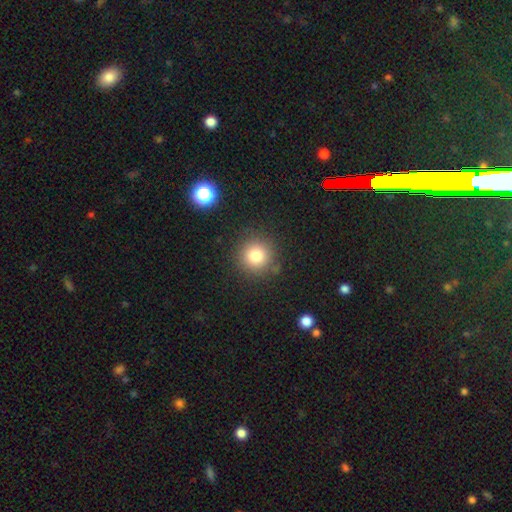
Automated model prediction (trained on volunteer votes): Smooth or featured?
  - smooth: 80% *
  - star or artifact: 13%
  - featured or disk: 7%
How rounded?
  - round: 94% *
  - in between: 5%
  - cigar-shaped: 1%
Merging?
  - none: 87% *
  - minor disturbance: 8%
  - major disturbance: 3%
  - merger: 2%